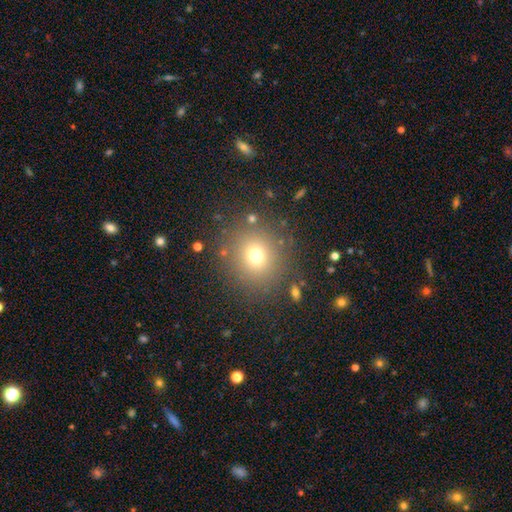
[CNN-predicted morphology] Q: Smooth or featured?
A: smooth (71%); runner-up: star or artifact (18%)
Q: How rounded?
A: round (88%); runner-up: in between (11%)
Q: Merging?
A: none (85%); runner-up: minor disturbance (8%)